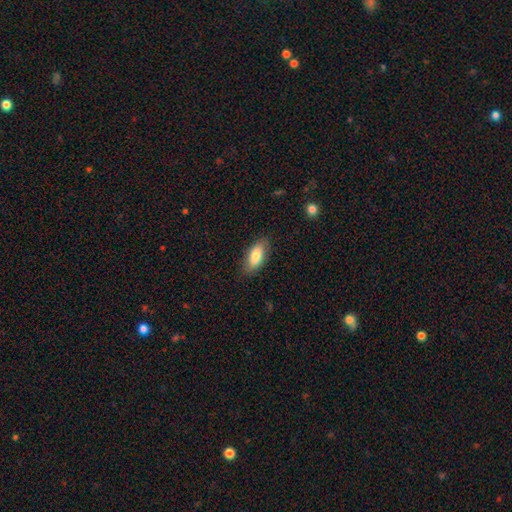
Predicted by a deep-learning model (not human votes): Smooth or featured? smooth (81%)
How rounded? in between (88%)
Merging? none (84%)